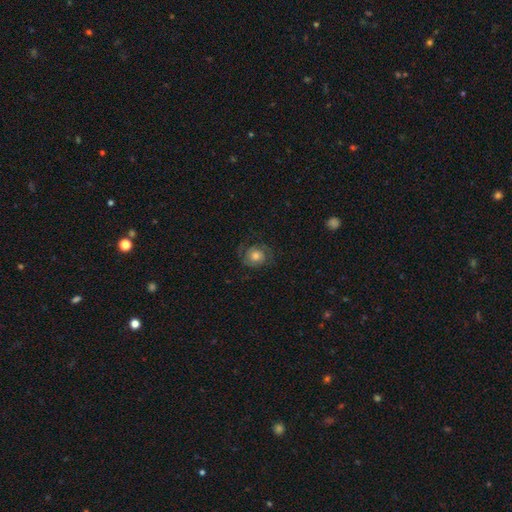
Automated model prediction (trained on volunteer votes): A featured or disk galaxy (58%) with no bar (77%), spiral arms (88%) and a moderate central bulge (53%). Merging: none (71%).